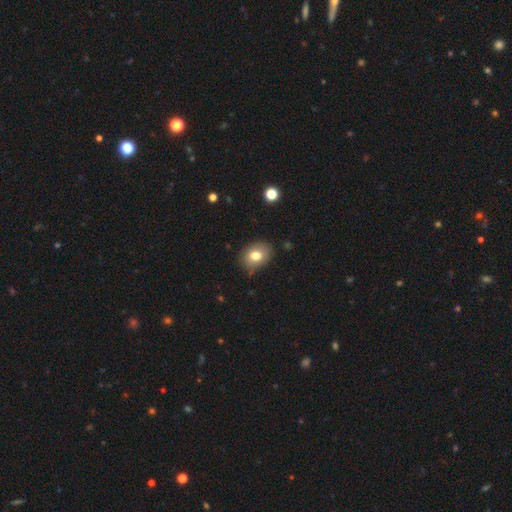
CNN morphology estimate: Smooth or featured? smooth (79%)
How rounded? in between (66%)
Merging? none (81%)